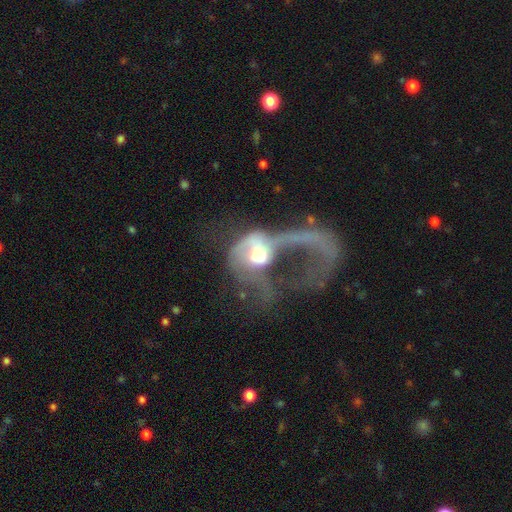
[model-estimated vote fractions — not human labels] featured or disk 57%, smooth 34%, star or artifact 10%. Down the decision tree: edge-on disk — no (94%); bar — no (73%); spiral arms — no (56%); bulge size — moderate (50%); merging — major disturbance (64%).